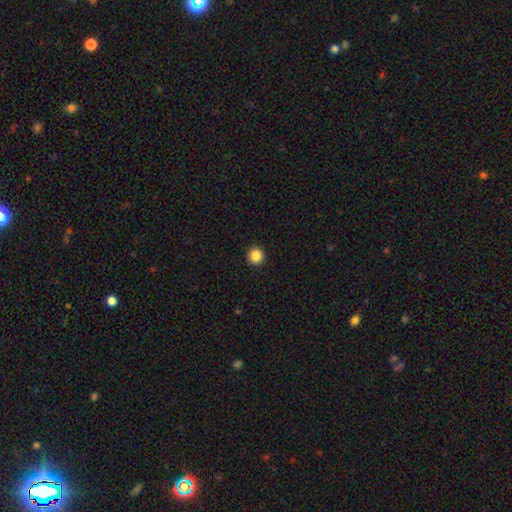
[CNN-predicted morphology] type=smooth (87%); roundness=round (96%); merging=none (94%).